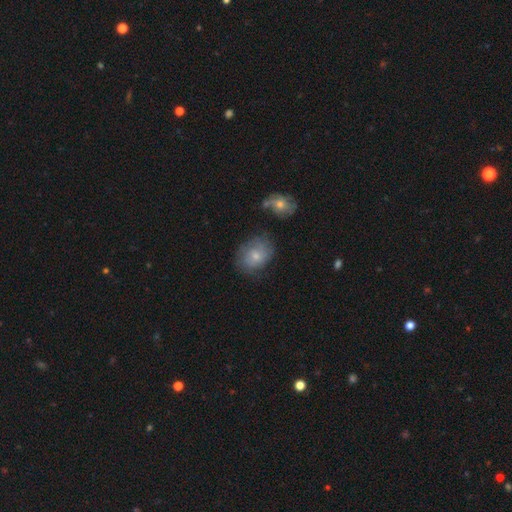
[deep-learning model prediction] This is likely a smooth galaxy (60%). How rounded: possibly in between (55%). Merging: likely none (61%).